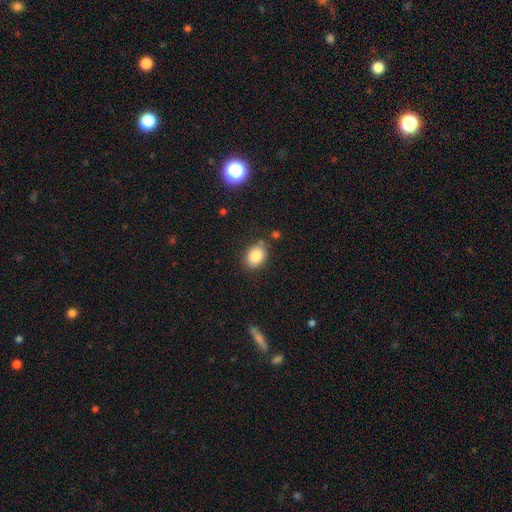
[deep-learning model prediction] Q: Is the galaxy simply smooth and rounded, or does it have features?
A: smooth — 86%.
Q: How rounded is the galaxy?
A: in between — 66%.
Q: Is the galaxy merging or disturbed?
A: none — 77%.